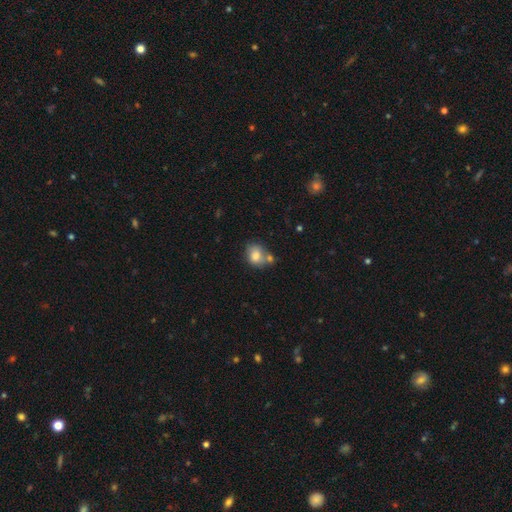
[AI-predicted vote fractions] The model was most divided on "merging": none: 44%, merger: 32%, minor disturbance: 18%, major disturbance: 6%. More confident: smooth or featured — smooth (79%); how rounded — round (56%).